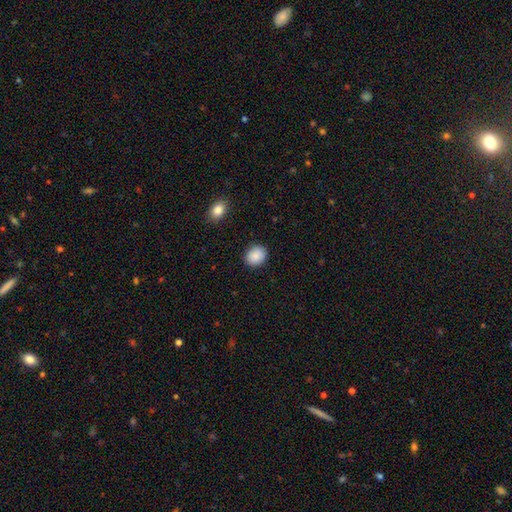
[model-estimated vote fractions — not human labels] A smooth galaxy with no disk features (87%) that is round (68%).

Vote fractions:
- Smooth or featured? smooth: 87% / star or artifact: 8% / featured or disk: 5%
- How rounded? round: 68% / in between: 31% / cigar-shaped: 1%
- Merging? none: 88% / minor disturbance: 8% / major disturbance: 2% / merger: 1%